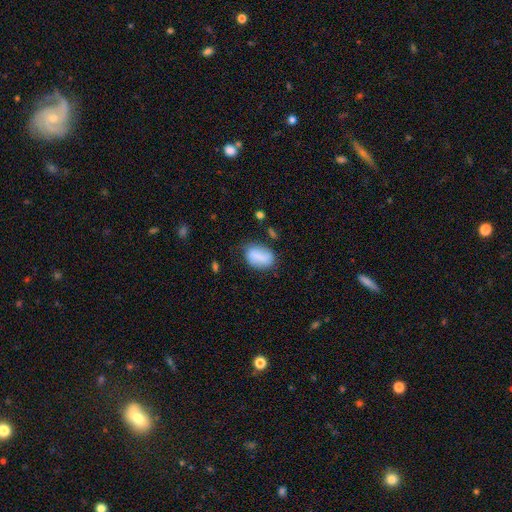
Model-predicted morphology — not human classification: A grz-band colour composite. It shows a smooth galaxy with no disk features (78%) that is in between round and cigar-shaped (84%). Merging: none (61%).